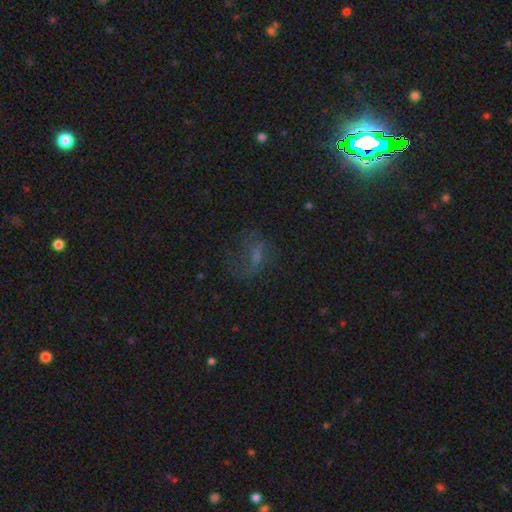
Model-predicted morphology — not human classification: smooth_or_featured: featured or disk (p=0.41) [alt: smooth p=0.32]
merging: none (p=0.50) [alt: major disturbance p=0.27]